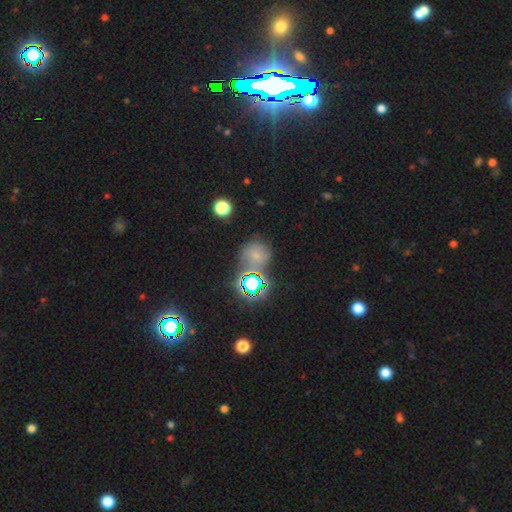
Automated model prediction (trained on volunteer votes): smooth 46%, star or artifact 38%, featured or disk 16%. Down the decision tree: merging — none (57%).